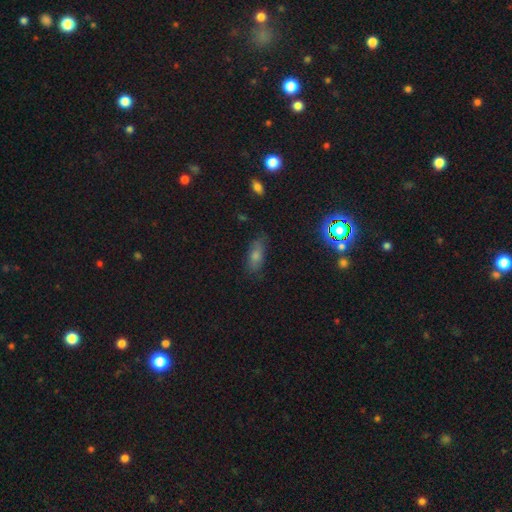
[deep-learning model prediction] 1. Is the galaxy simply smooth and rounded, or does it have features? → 58% smooth, 24% star or artifact, 19% featured or disk.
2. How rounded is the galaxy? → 72% in between, 20% cigar-shaped, 7% round.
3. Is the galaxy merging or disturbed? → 76% none, 18% minor disturbance, 5% major disturbance, 2% merger.